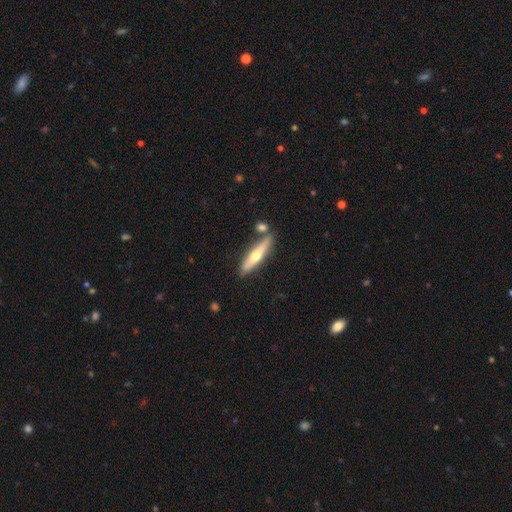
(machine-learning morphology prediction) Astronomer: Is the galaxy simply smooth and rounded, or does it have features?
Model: featured or disk — 48% (runner-up: smooth, 46%).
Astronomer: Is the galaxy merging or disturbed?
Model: none — 75%.